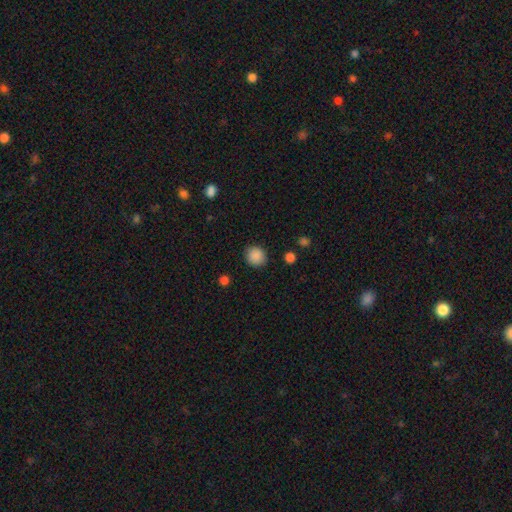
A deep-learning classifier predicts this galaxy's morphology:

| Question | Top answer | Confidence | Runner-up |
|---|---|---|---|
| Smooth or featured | smooth | 88% | star or artifact (9%) |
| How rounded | round | 87% | in between (12%) |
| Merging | none | 88% | minor disturbance (8%) |